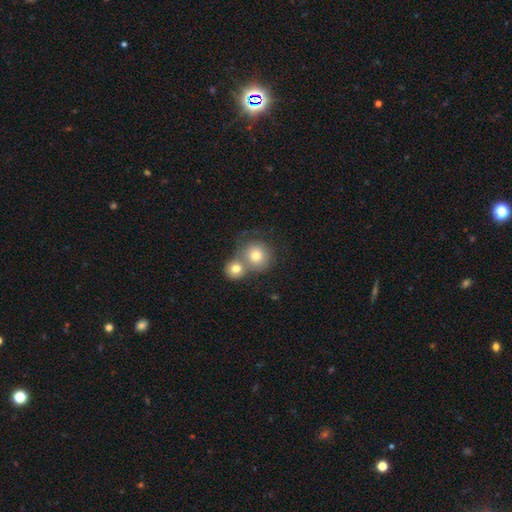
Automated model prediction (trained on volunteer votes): Smooth or featured?
  - smooth: 72% *
  - featured or disk: 17%
  - star or artifact: 11%
How rounded?
  - round: 88% *
  - in between: 11%
  - cigar-shaped: 1%
Merging?
  - merger: 51% *
  - none: 37%
  - minor disturbance: 8%
  - major disturbance: 4%